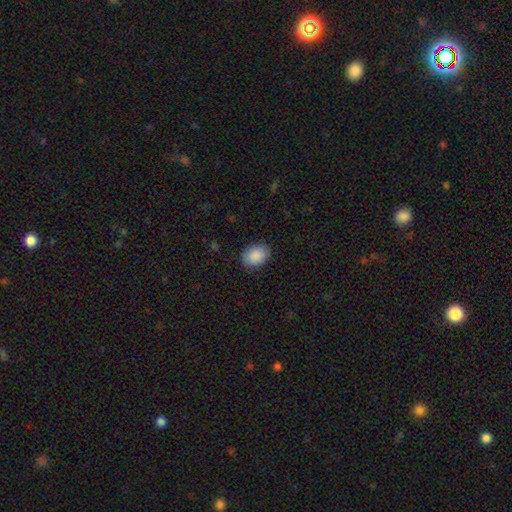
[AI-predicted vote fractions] Smooth or featured: smooth — 90% (star or artifact — 7%)
How rounded: in between — 69% (round — 30%)
Merging: none — 87% (minor disturbance — 9%)